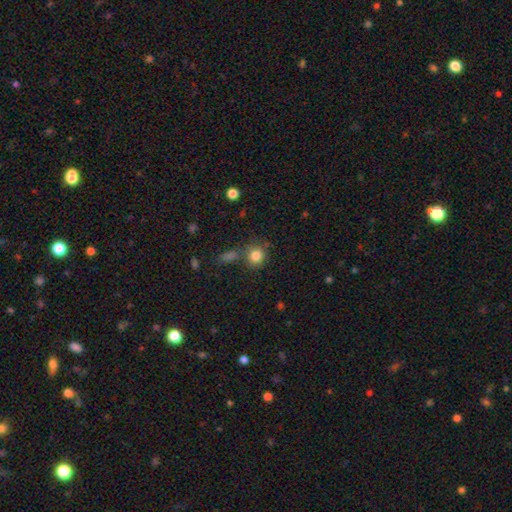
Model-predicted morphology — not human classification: Smooth or featured?
  - smooth: 83% *
  - star or artifact: 11%
  - featured or disk: 6%
How rounded?
  - round: 86% *
  - in between: 13%
  - cigar-shaped: 1%
Merging?
  - none: 73% *
  - merger: 11%
  - minor disturbance: 11%
  - major disturbance: 4%